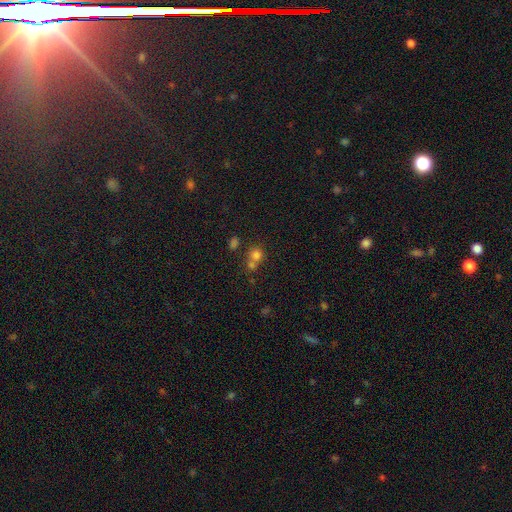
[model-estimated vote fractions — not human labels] smooth 73%, star or artifact 17%, featured or disk 10%. Down the decision tree: how rounded — round (85%); merging — none (47%).